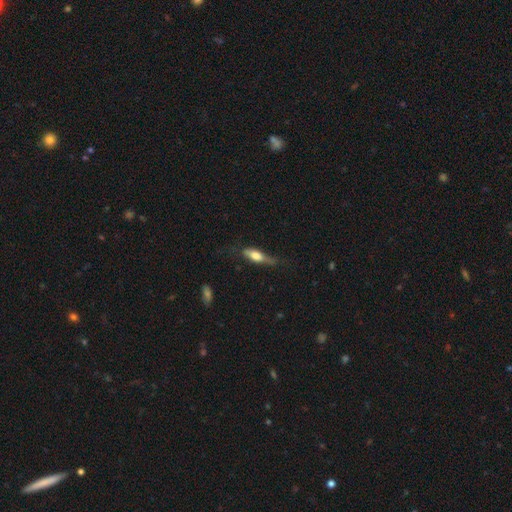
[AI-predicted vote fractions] smooth-or-featured: smooth: 58% | featured or disk: 35% | star or artifact: 7%
  how-rounded: in between: 51% | cigar-shaped: 45% | round: 3%
  merging: none: 46% | minor disturbance: 33% | major disturbance: 18% | merger: 2%